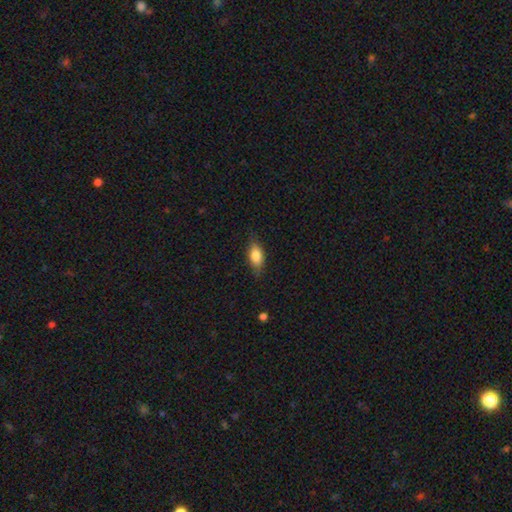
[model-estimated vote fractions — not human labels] This is clearly a smooth galaxy (80%). How rounded: clearly in between (84%). Merging: likely none (79%).